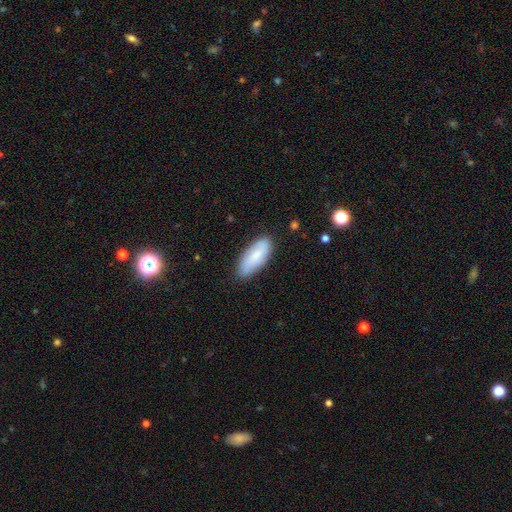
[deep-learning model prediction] A smooth galaxy with no disk features (74%) that is in between round and cigar-shaped (83%).

Vote fractions:
- Smooth or featured? smooth: 74% / featured or disk: 19% / star or artifact: 6%
- How rounded? in between: 83% / cigar-shaped: 15% / round: 2%
- Merging? none: 80% / minor disturbance: 16% / major disturbance: 3% / merger: 1%